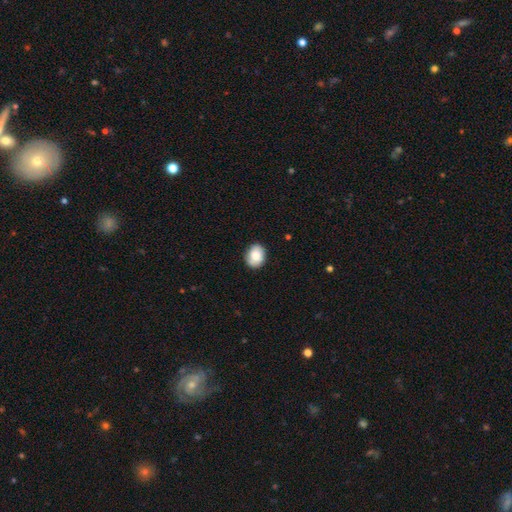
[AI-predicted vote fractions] Morphology: type=smooth (78%); roundness=in between (54%); merging=none (85%).